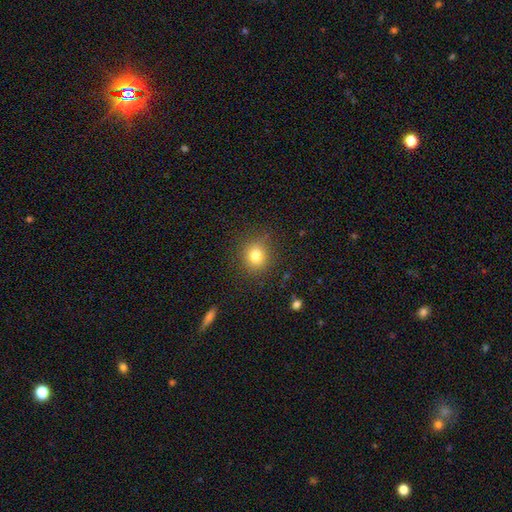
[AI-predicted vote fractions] smooth 80%, star or artifact 13%, featured or disk 7%. Down the decision tree: how rounded — round (85%); merging — none (86%).